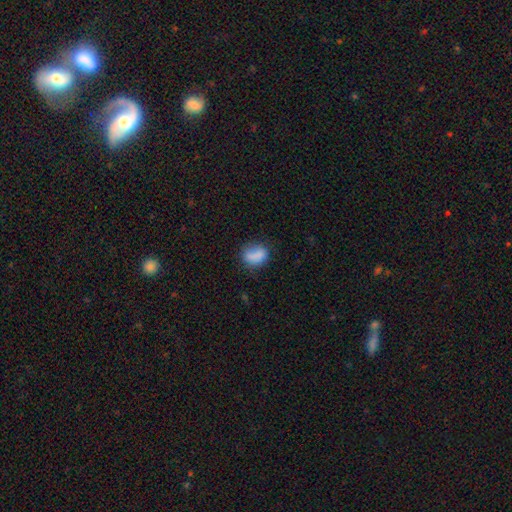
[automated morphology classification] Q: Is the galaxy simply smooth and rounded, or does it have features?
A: smooth — 81%.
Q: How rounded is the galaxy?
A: in between — 56%.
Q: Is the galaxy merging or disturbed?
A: none — 62%.